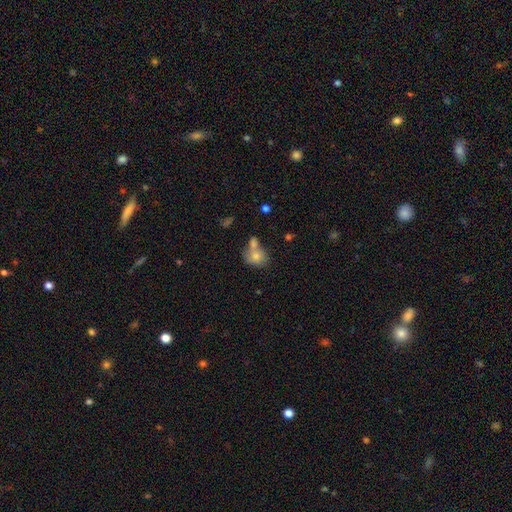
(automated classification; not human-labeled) This is likely a smooth galaxy (77%). How rounded: possibly round (52%). Merging: marginally merger (43%).